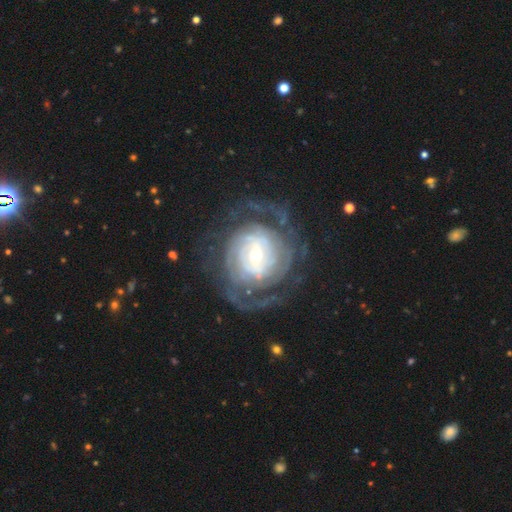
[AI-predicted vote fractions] This is clearly a featured or disk galaxy (87%). It is clearly not viewed edge-on (97%). Bar: marginally no (42%). Spiral arm pattern: clearly yes (93%). Spiral arm count: marginally can't tell (34%). Spiral winding: likely tight (66%). Central bulge: possibly small (55%). Merging: likely none (69%).